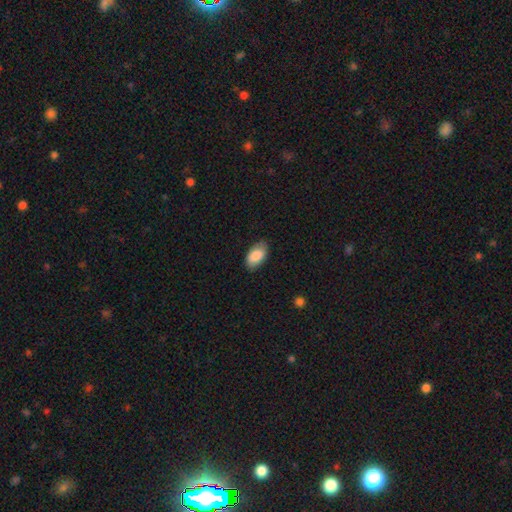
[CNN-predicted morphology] A smooth galaxy with no disk features (87%) that is in between round and cigar-shaped (94%).

Vote fractions:
- Smooth or featured? smooth: 87% / featured or disk: 7% / star or artifact: 6%
- How rounded? in between: 94% / round: 4% / cigar-shaped: 2%
- Merging? none: 81% / minor disturbance: 16% / major disturbance: 3% / merger: 1%